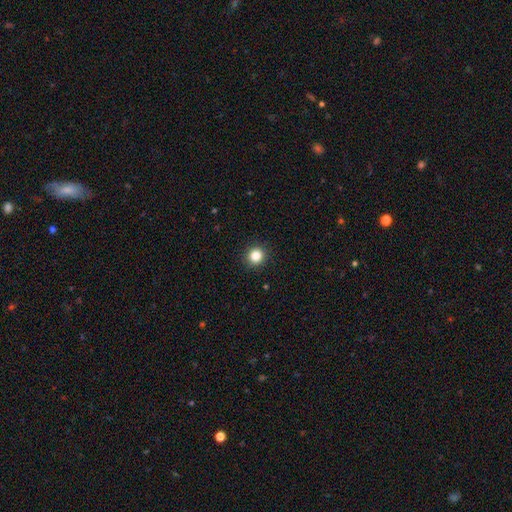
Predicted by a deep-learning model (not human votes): Smooth or featured? Predicted: smooth (p=0.85). How rounded? Predicted: round (p=0.91). Merging? Predicted: none (p=0.92).